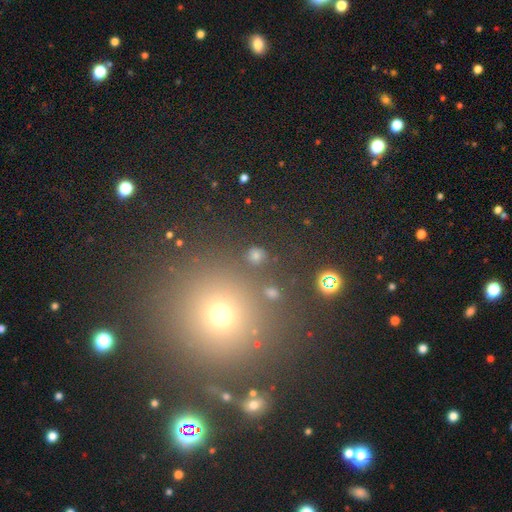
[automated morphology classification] Smooth or featured?
  - smooth: 56% *
  - star or artifact: 37%
  - featured or disk: 7%
How rounded?
  - round: 87% *
  - in between: 11%
  - cigar-shaped: 2%
Merging?
  - none: 84% *
  - minor disturbance: 7%
  - merger: 5%
  - major disturbance: 4%